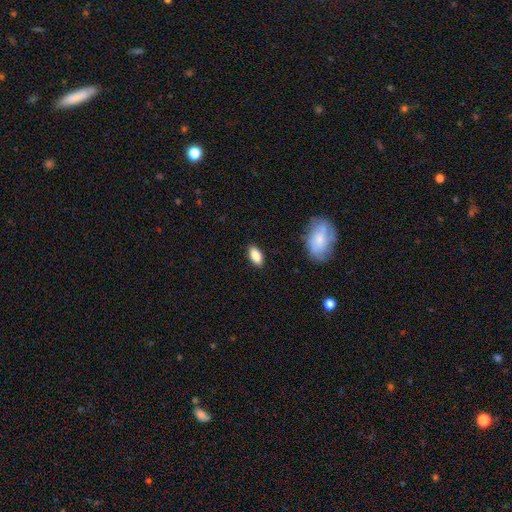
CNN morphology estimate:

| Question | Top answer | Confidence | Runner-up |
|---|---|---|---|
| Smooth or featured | smooth | 86% | featured or disk (7%) |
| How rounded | in between | 88% | cigar-shaped (9%) |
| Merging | none | 87% | minor disturbance (9%) |